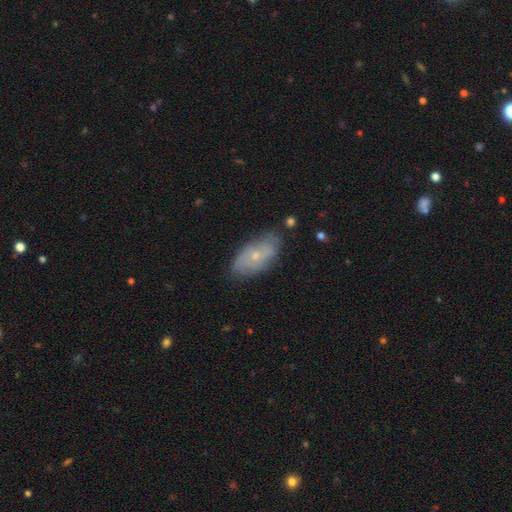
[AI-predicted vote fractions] Smooth or featured: featured or disk — 53% (smooth — 39%)
Edge-on disk: no — 91% (yes — 9%)
Merging: none — 70% (minor disturbance — 23%)